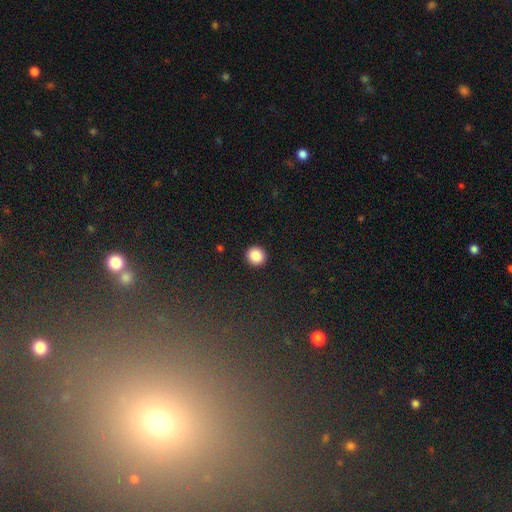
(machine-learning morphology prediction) A smooth galaxy with no disk features (87%) that is round (91%).

Vote fractions:
- Smooth or featured? smooth: 87% / star or artifact: 9% / featured or disk: 4%
- How rounded? round: 91% / in between: 8% / cigar-shaped: 1%
- Merging? none: 92% / minor disturbance: 5% / major disturbance: 2% / merger: 1%